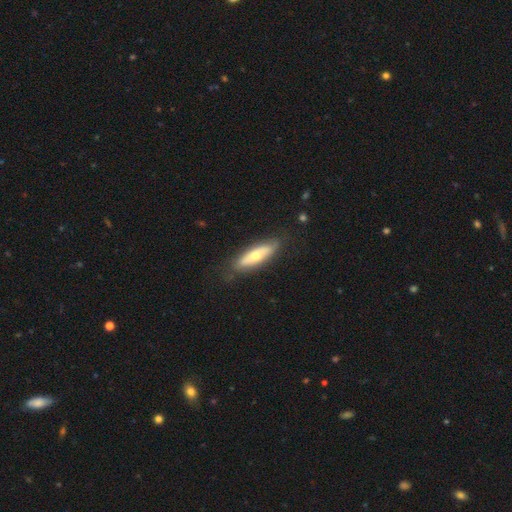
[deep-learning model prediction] Smooth or featured? smooth (48%)
Merging? none (80%)